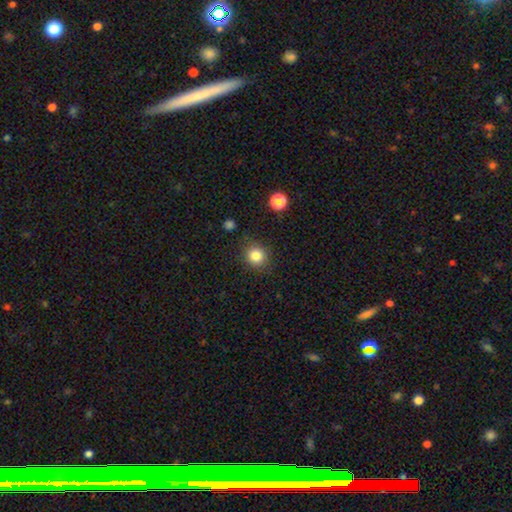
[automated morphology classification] A smooth galaxy with no disk features (83%) that is round (87%). Merging: none (85%).